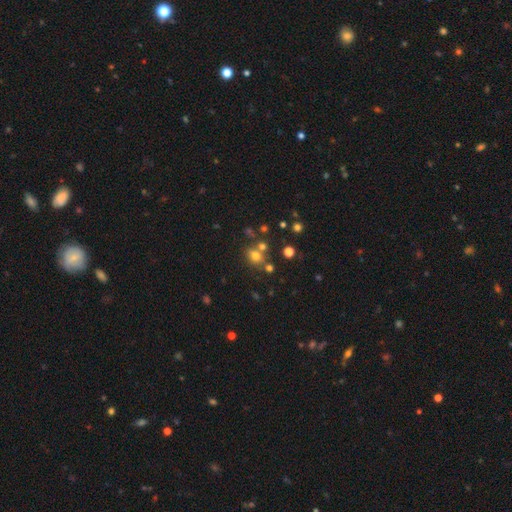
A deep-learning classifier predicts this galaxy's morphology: smooth 67%, star or artifact 21%, featured or disk 11%. Down the decision tree: how rounded — round (64%); merging — none (59%).